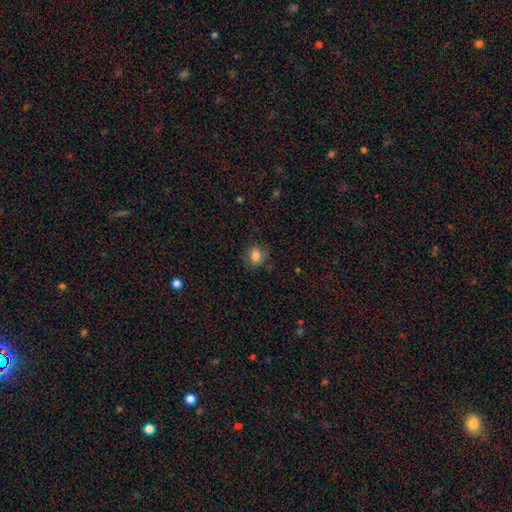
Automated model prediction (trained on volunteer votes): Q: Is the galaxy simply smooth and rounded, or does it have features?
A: smooth — 80%.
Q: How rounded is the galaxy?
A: round — 51%.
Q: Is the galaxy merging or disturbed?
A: none — 77%.